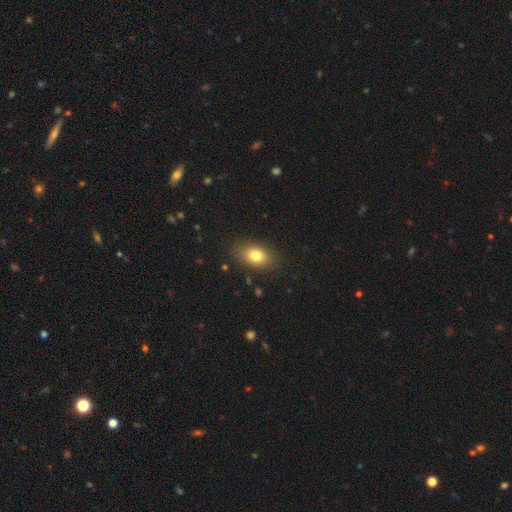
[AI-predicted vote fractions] Overall: smooth (80%). How rounded: in between (81%). Merging: none (85%).